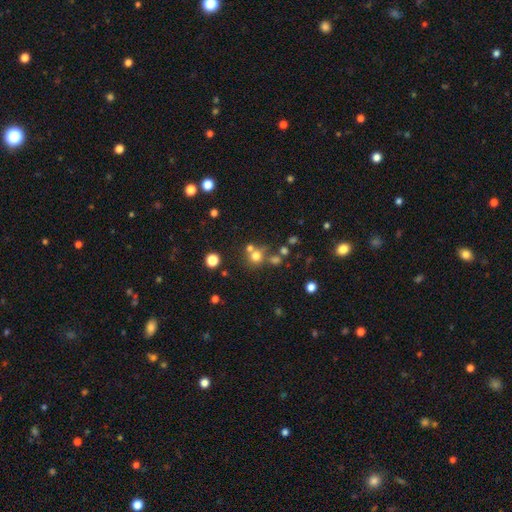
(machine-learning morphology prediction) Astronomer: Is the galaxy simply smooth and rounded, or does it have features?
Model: smooth — 69%.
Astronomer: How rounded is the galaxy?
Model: round — 88%.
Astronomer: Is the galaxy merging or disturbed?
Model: none — 58%.